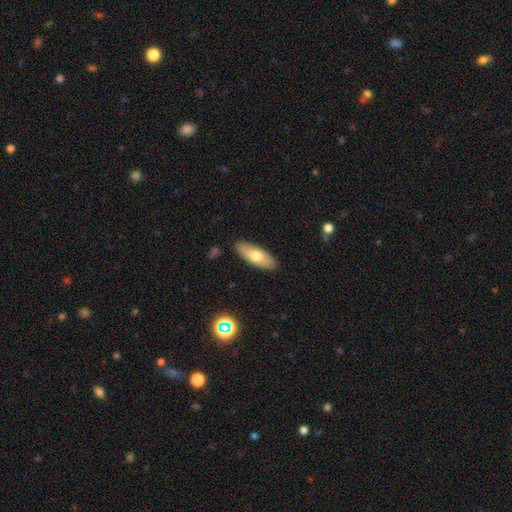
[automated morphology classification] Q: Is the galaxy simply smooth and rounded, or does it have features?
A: smooth — 68%.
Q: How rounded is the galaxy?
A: in between — 72%.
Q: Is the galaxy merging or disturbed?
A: none — 87%.